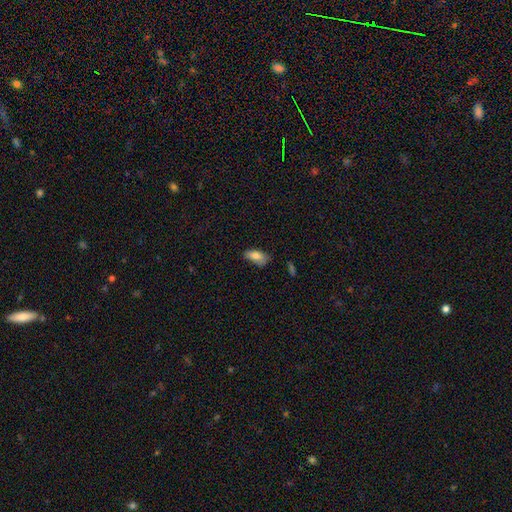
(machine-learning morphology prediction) smooth-or-featured: smooth: 79% | featured or disk: 13% | star or artifact: 7%
  how-rounded: in between: 88% | cigar-shaped: 9% | round: 3%
  merging: none: 63% | minor disturbance: 30% | major disturbance: 6% | merger: 2%